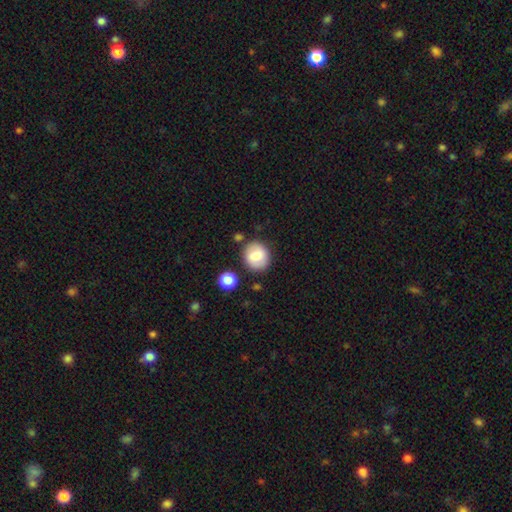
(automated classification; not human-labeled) Overall: smooth (75%). How rounded: round (76%). Merging: none (82%).